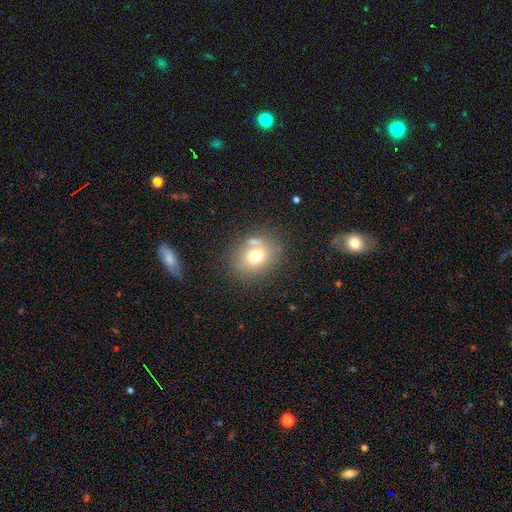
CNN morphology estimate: This appears to be a smooth galaxy with no disk features (70%) that is round (59%). Merging: none (65%).